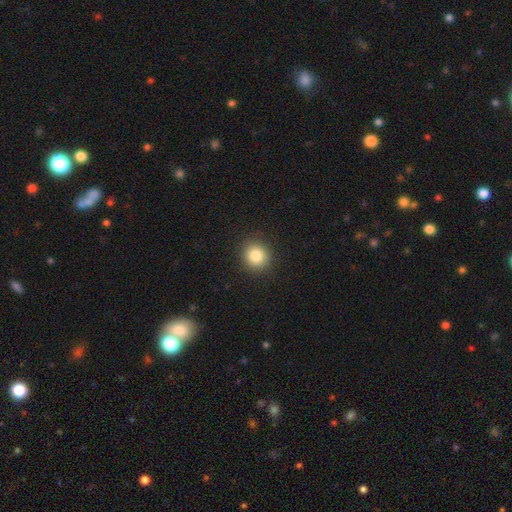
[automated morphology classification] Smooth or featured? Predicted: smooth (p=0.83). How rounded? Predicted: round (p=0.90). Merging? Predicted: none (p=0.91).